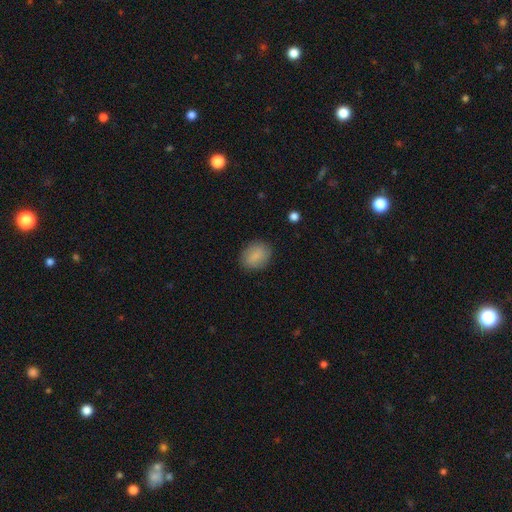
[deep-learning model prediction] smooth_or_featured: smooth (p=0.85) [alt: star or artifact p=0.08]
how_rounded: in between (p=0.50) [alt: round p=0.49]
merging: none (p=0.86) [alt: minor disturbance p=0.10]